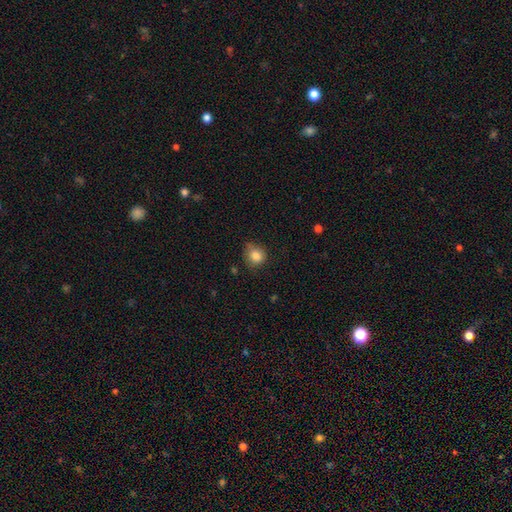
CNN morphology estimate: smooth 84%, star or artifact 10%, featured or disk 6%. Down the decision tree: how rounded — round (78%); merging — none (64%).